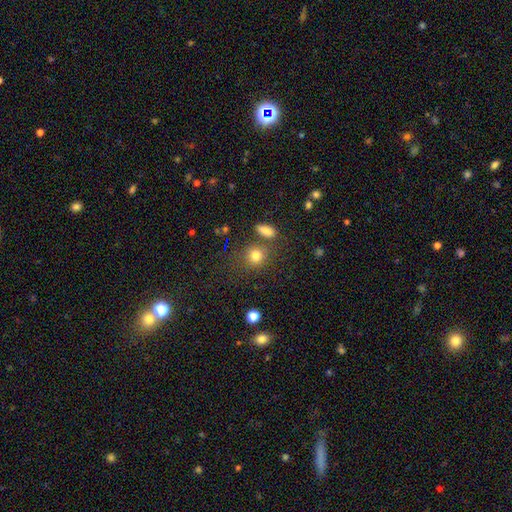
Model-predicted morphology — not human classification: smooth 79%, star or artifact 14%, featured or disk 7%. Down the decision tree: how rounded — round (79%); merging — none (72%).